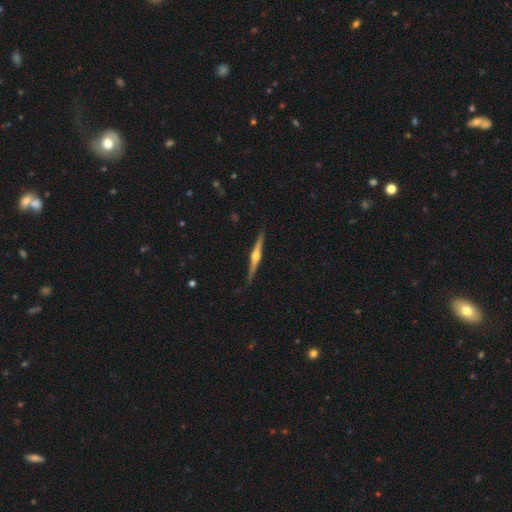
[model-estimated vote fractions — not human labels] This is clearly a featured or disk galaxy (81%). It is clearly viewed edge-on (98%). Edge-on bulge: clearly rounded (94%). Merging: clearly none (88%).